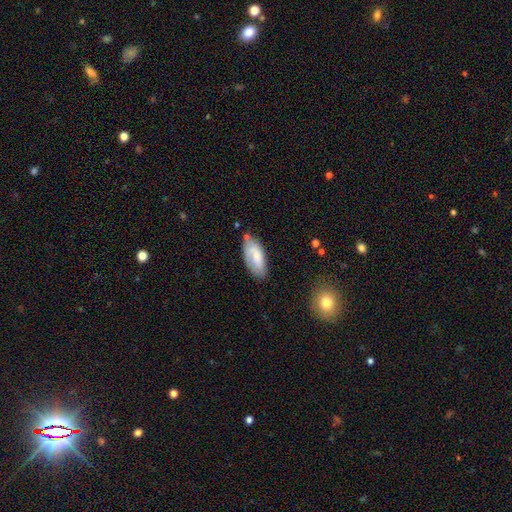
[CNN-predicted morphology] smooth_or_featured: smooth (p=0.64) [alt: featured or disk p=0.29]
how_rounded: in between (p=0.89) [alt: cigar-shaped p=0.09]
merging: none (p=0.63) [alt: minor disturbance p=0.25]